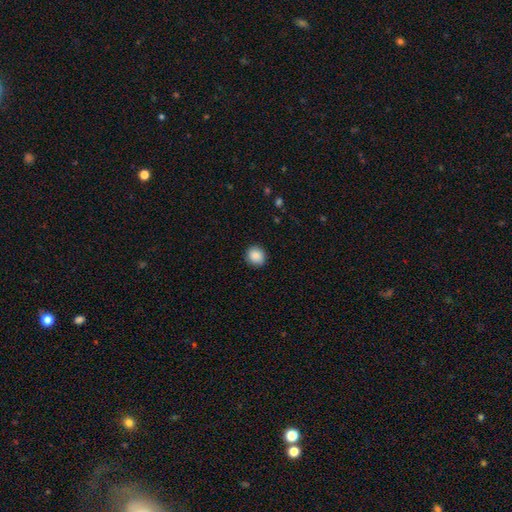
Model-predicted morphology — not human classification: A smooth galaxy with no disk features (88%) that is round (83%). Merging: none (89%).